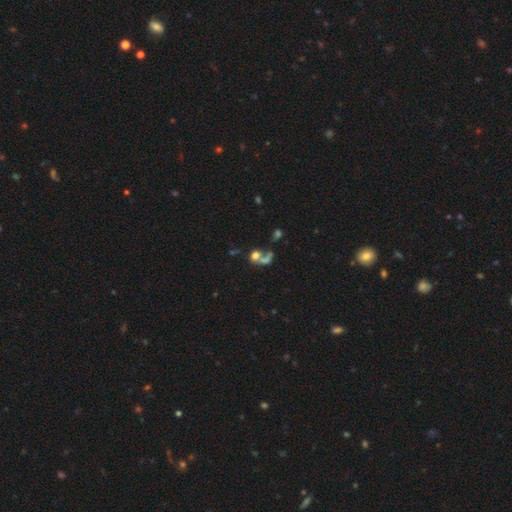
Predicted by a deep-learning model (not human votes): A smooth galaxy with no disk features (58%) that is round (66%).

Vote fractions:
- Smooth or featured? smooth: 58% / featured or disk: 24% / star or artifact: 18%
- How rounded? round: 66% / in between: 31% / cigar-shaped: 2%
- Merging? merger: 49% / none: 27% / major disturbance: 15% / minor disturbance: 8%